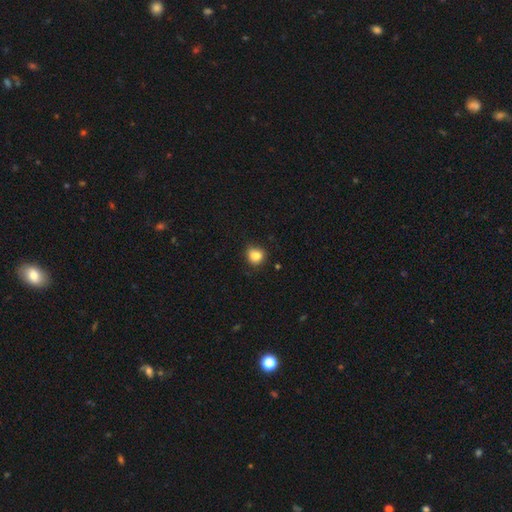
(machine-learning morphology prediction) Smooth or featured? Predicted: smooth (p=0.84). How rounded? Predicted: round (p=0.77). Merging? Predicted: none (p=0.74).